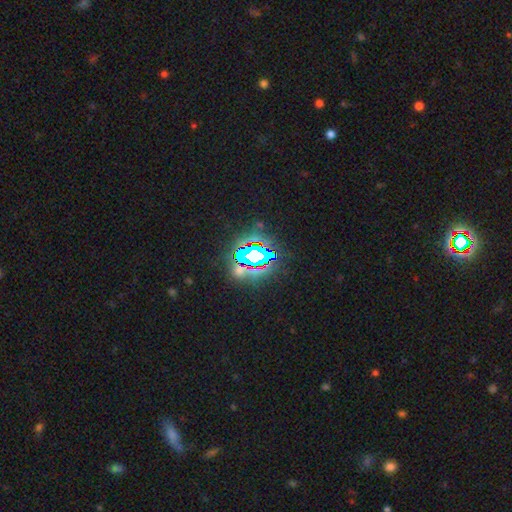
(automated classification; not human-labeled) Q: Smooth or featured?
A: star or artifact (73%); runner-up: smooth (15%)